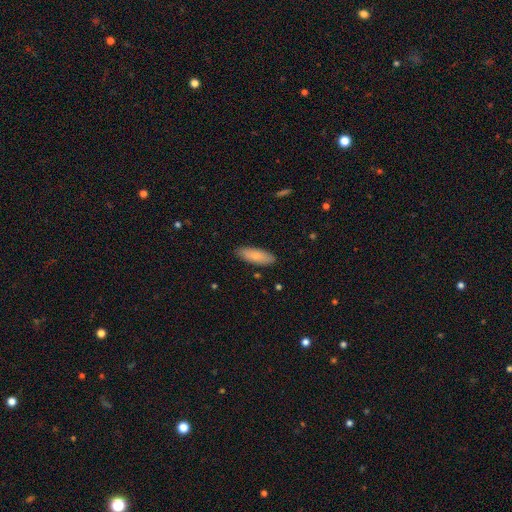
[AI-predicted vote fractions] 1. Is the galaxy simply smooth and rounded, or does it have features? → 81% smooth, 13% featured or disk, 6% star or artifact.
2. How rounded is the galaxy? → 63% in between, 35% cigar-shaped, 2% round.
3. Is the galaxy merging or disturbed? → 87% none, 10% minor disturbance, 2% major disturbance, 1% merger.